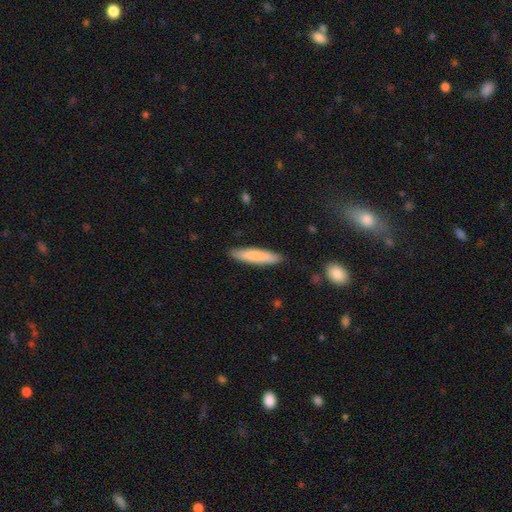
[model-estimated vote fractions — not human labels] This is clearly a smooth galaxy (80%). How rounded: clearly cigar-shaped (86%). Merging: clearly none (88%).